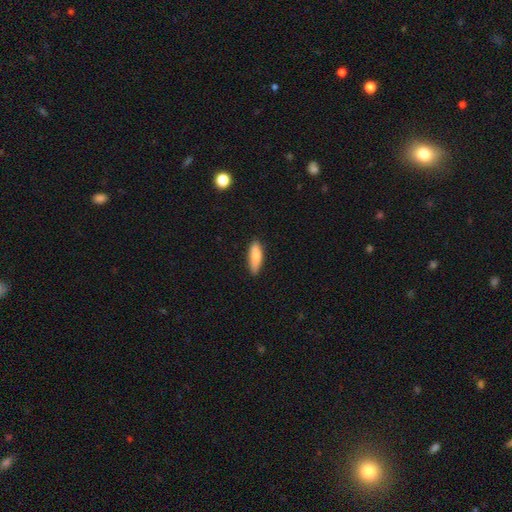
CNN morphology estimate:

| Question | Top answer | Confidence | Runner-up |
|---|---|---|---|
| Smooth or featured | smooth | 81% | featured or disk (13%) |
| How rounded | in between | 52% | cigar-shaped (46%) |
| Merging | none | 81% | minor disturbance (15%) |